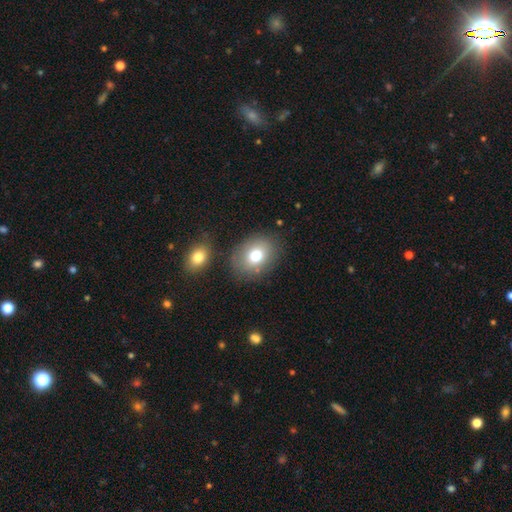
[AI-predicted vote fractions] Q: Smooth or featured?
A: smooth (76%); runner-up: featured or disk (14%)
Q: How rounded?
A: in between (57%); runner-up: round (43%)
Q: Merging?
A: none (78%); runner-up: minor disturbance (12%)